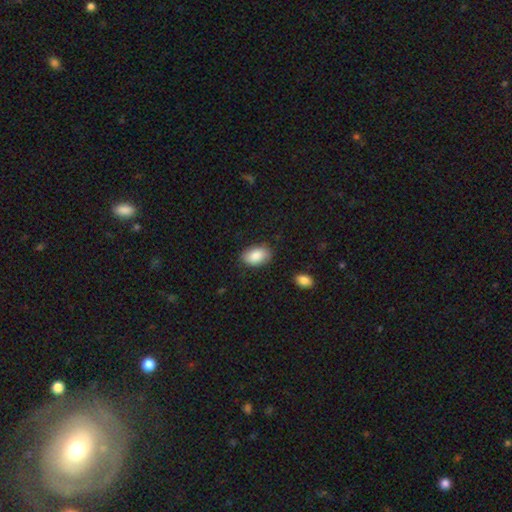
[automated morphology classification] smooth 88%, star or artifact 6%, featured or disk 6%. Down the decision tree: how rounded — in between (91%); merging — none (84%).